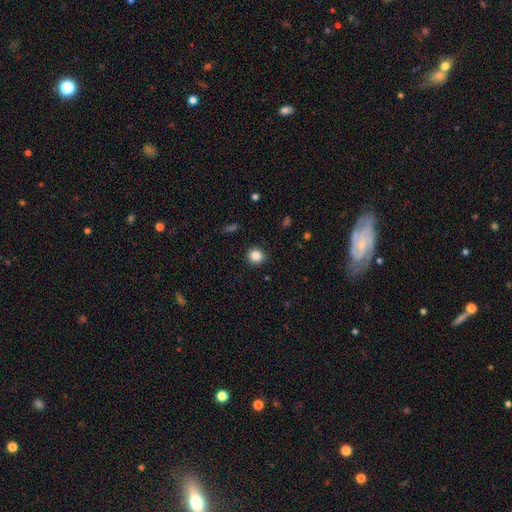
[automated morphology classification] Smooth or featured?
  - smooth: 84% *
  - star or artifact: 11%
  - featured or disk: 5%
How rounded?
  - round: 92% *
  - in between: 7%
  - cigar-shaped: 1%
Merging?
  - none: 92% *
  - minor disturbance: 5%
  - major disturbance: 2%
  - merger: 1%